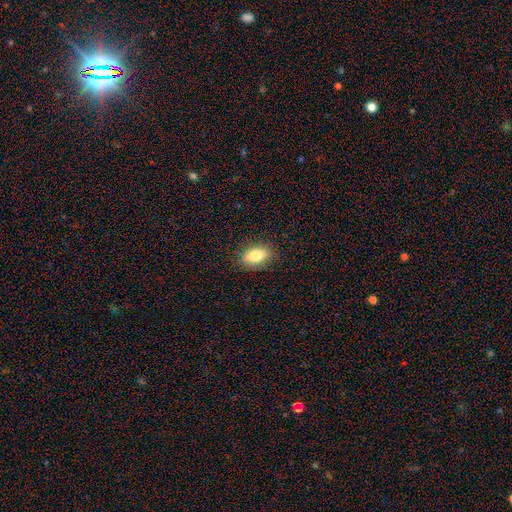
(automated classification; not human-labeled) smooth 82%, featured or disk 10%, star or artifact 8%. Down the decision tree: how rounded — in between (88%); merging — none (86%).